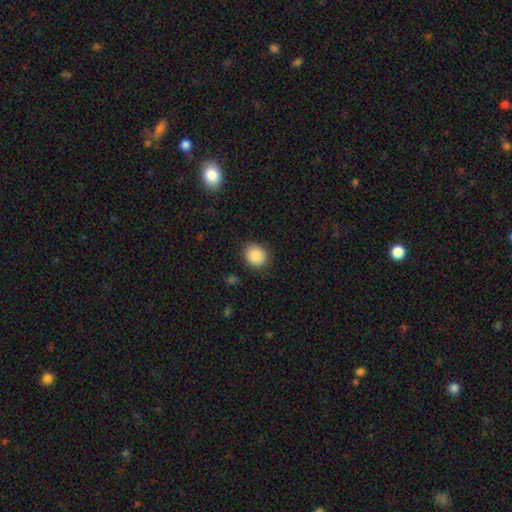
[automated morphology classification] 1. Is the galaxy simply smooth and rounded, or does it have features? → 88% smooth, 8% star or artifact, 4% featured or disk.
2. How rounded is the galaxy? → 76% round, 24% in between, 1% cigar-shaped.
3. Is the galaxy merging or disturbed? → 86% none, 10% minor disturbance, 3% major disturbance, 1% merger.